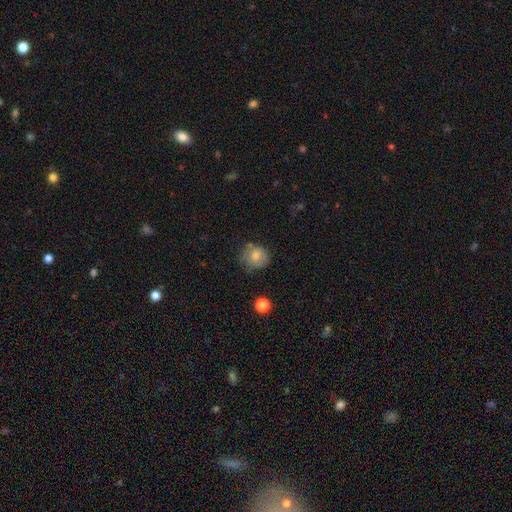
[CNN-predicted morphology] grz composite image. It shows a smooth galaxy with no disk features (77%) that is round (83%). Merging: none (65%).